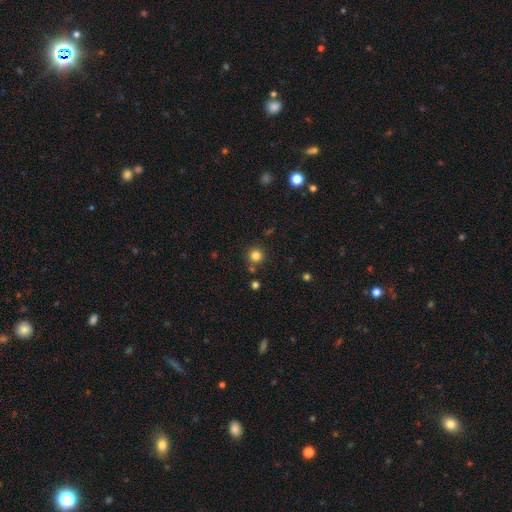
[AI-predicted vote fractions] A smooth galaxy with no disk features (81%) that is round (95%). Merging: none (83%).